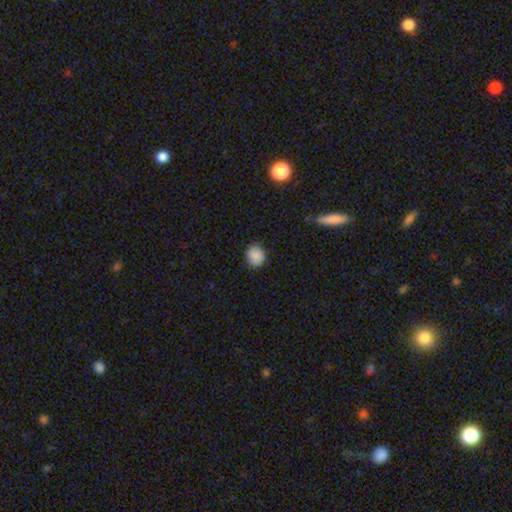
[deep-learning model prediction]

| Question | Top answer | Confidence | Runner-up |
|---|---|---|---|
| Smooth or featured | smooth | 87% | star or artifact (8%) |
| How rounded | round | 80% | in between (19%) |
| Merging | none | 86% | minor disturbance (11%) |